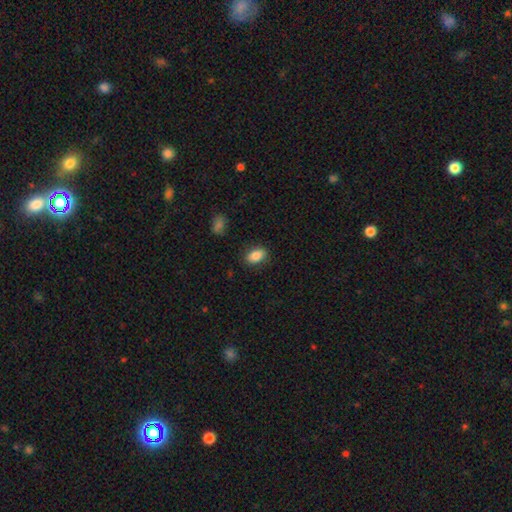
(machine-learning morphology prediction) Smooth or featured: smooth — 86% (star or artifact — 8%)
How rounded: in between — 88% (round — 10%)
Merging: none — 85% (minor disturbance — 11%)